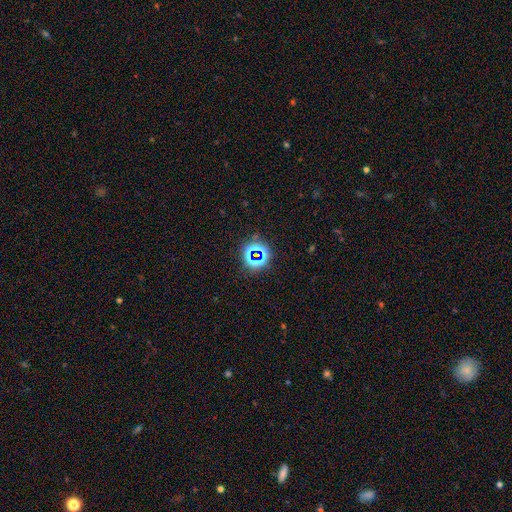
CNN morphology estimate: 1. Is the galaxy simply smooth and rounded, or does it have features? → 72% star or artifact, 19% smooth, 9% featured or disk.